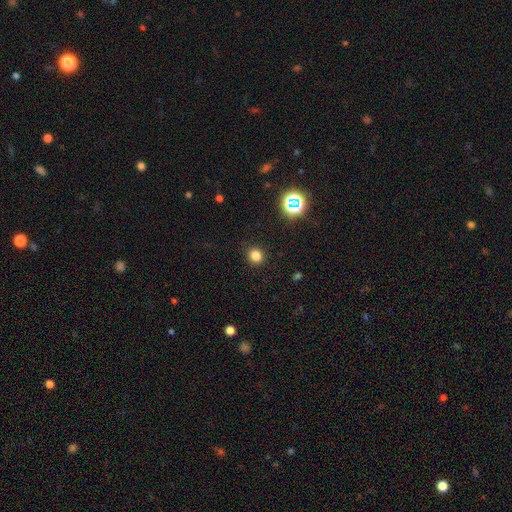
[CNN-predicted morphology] A smooth galaxy with no disk features (79%) that is round (84%). Merging: none (90%).